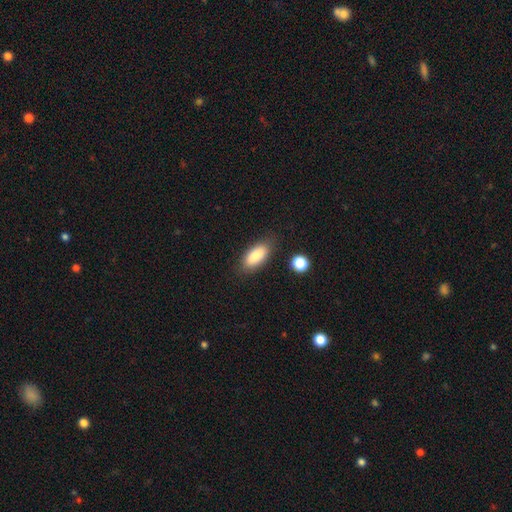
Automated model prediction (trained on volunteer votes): Q: Smooth or featured?
A: smooth (86%); runner-up: featured or disk (8%)
Q: How rounded?
A: in between (84%); runner-up: cigar-shaped (14%)
Q: Merging?
A: none (82%); runner-up: minor disturbance (12%)